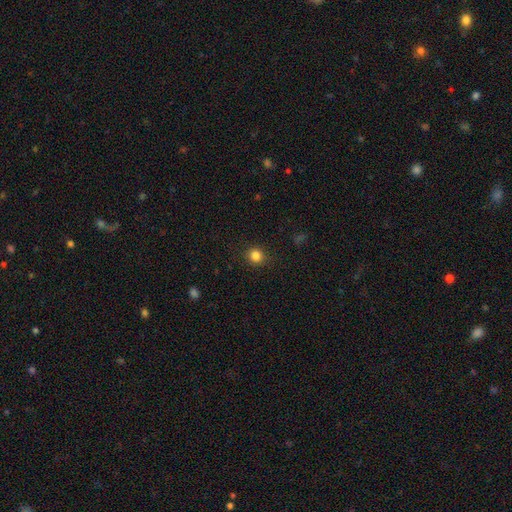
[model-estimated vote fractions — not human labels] Smooth or featured?
  - smooth: 83% *
  - star or artifact: 12%
  - featured or disk: 4%
How rounded?
  - round: 91% *
  - in between: 8%
  - cigar-shaped: 1%
Merging?
  - none: 90% *
  - minor disturbance: 7%
  - major disturbance: 2%
  - merger: 1%